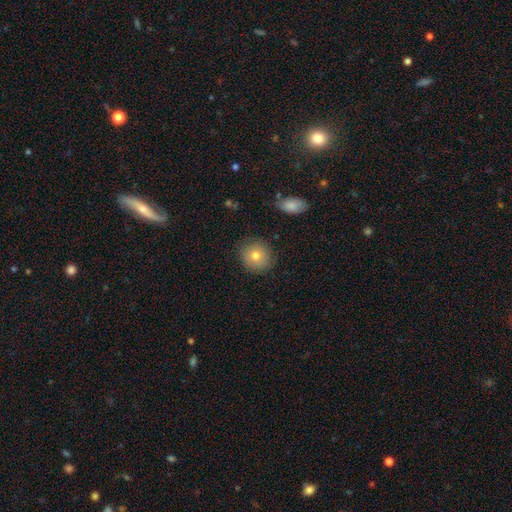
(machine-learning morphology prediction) Smooth or featured? Predicted: smooth (p=0.78). How rounded? Predicted: round (p=0.89). Merging? Predicted: none (p=0.86).